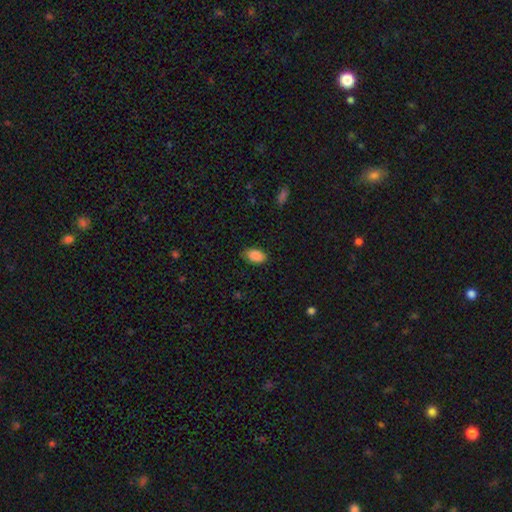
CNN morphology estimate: A smooth galaxy with no disk features (89%) that is in between round and cigar-shaped (92%).

Vote fractions:
- Smooth or featured? smooth: 89% / star or artifact: 7% / featured or disk: 4%
- How rounded? in between: 92% / round: 6% / cigar-shaped: 2%
- Merging? none: 80% / minor disturbance: 16% / major disturbance: 3% / merger: 1%